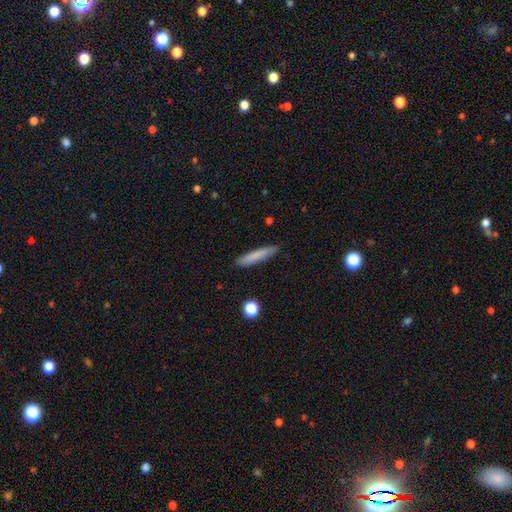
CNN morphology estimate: Smooth or featured? smooth (79%)
How rounded? cigar-shaped (91%)
Merging? none (86%)